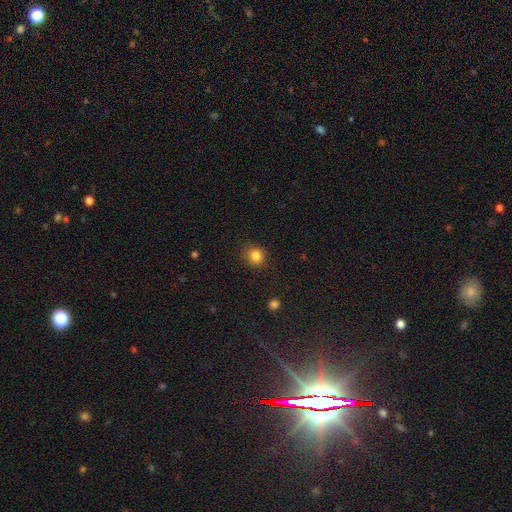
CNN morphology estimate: Smooth or featured? Predicted: smooth (p=0.84). How rounded? Predicted: round (p=0.86). Merging? Predicted: none (p=0.87).